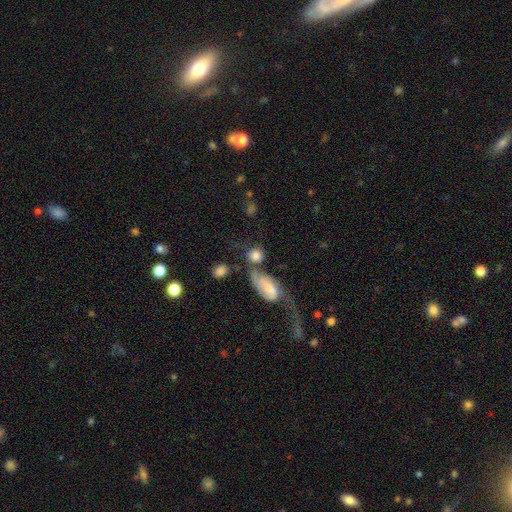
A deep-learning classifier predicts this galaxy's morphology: smooth_or_featured: smooth (p=0.77) [alt: featured or disk p=0.14]
how_rounded: round (p=0.76) [alt: in between p=0.22]
merging: none (p=0.39) [alt: merger p=0.36]